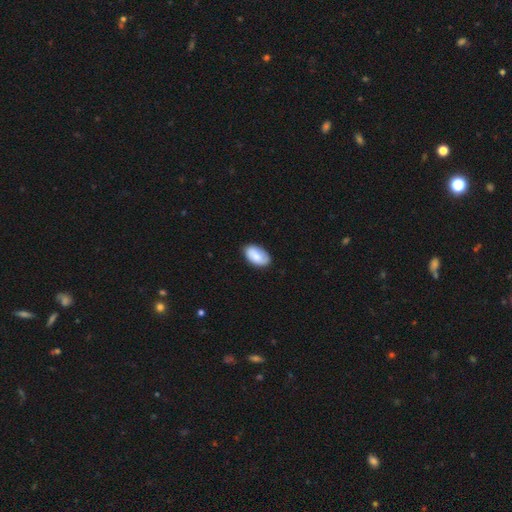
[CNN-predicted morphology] type=smooth (79%); roundness=in between (94%); merging=none (81%).